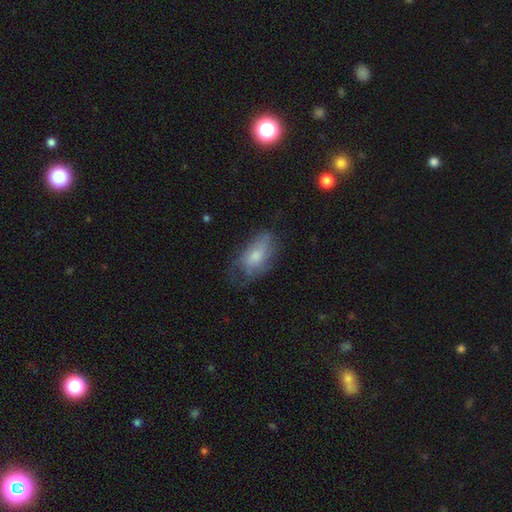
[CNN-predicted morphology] This is possibly a smooth galaxy (56%). How rounded: clearly in between (89%). Merging: possibly none (47%).